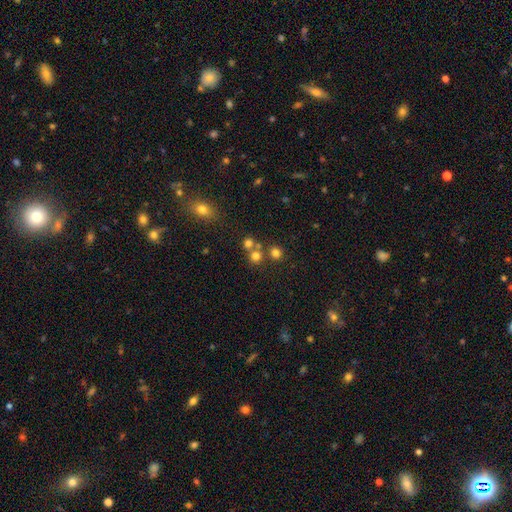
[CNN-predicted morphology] Smooth or featured? smooth (73%)
How rounded? round (90%)
Merging? none (62%)